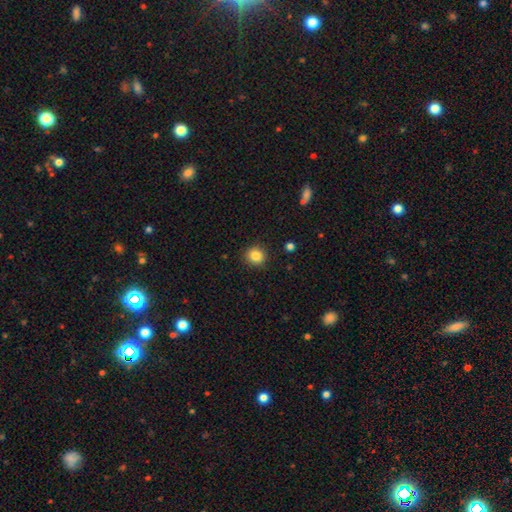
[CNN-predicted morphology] A smooth galaxy with no disk features (85%) that is round (88%). Merging: none (90%).